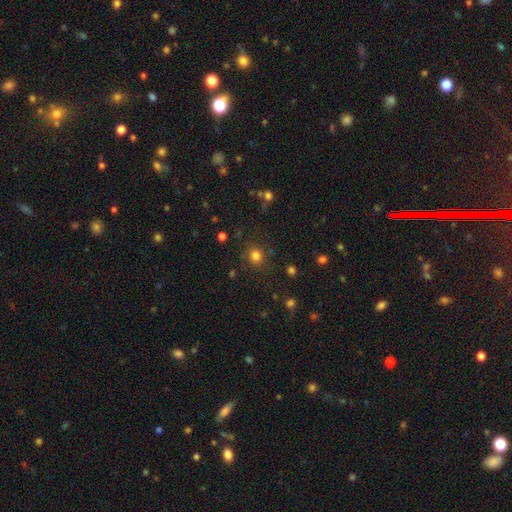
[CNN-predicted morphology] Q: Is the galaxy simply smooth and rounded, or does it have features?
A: smooth — 80%.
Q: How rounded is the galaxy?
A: round — 87%.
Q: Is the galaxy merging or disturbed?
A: none — 84%.